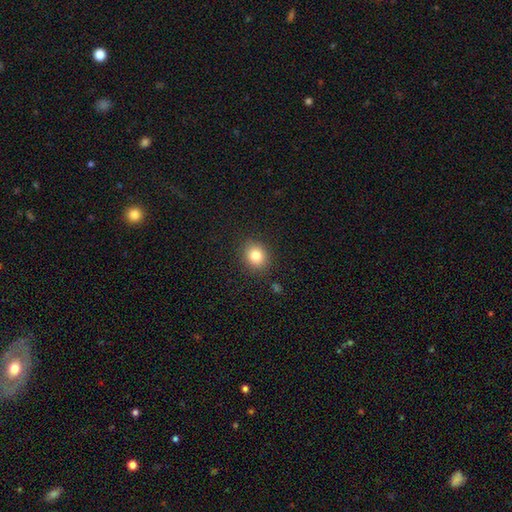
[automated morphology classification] This is clearly a smooth galaxy (82%). How rounded: likely round (68%). Merging: clearly none (88%).